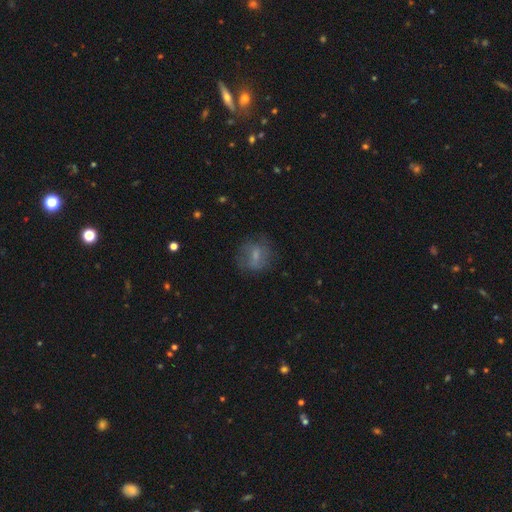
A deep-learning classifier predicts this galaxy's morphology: smooth 57%, featured or disk 32%, star or artifact 11%. Down the decision tree: how rounded — round (63%); merging — none (67%).